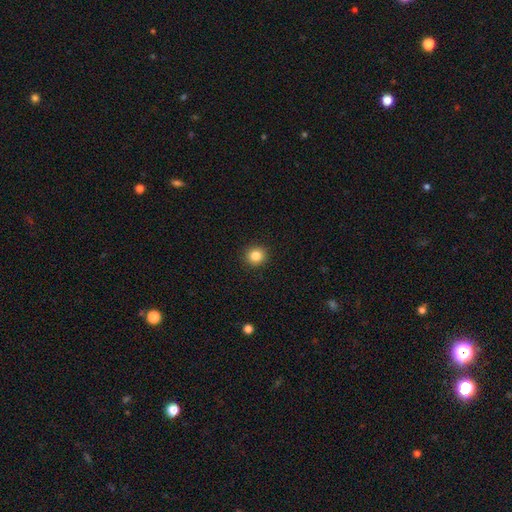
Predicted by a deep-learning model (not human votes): Smooth or featured? Predicted: smooth (p=0.84). How rounded? Predicted: round (p=0.91). Merging? Predicted: none (p=0.92).